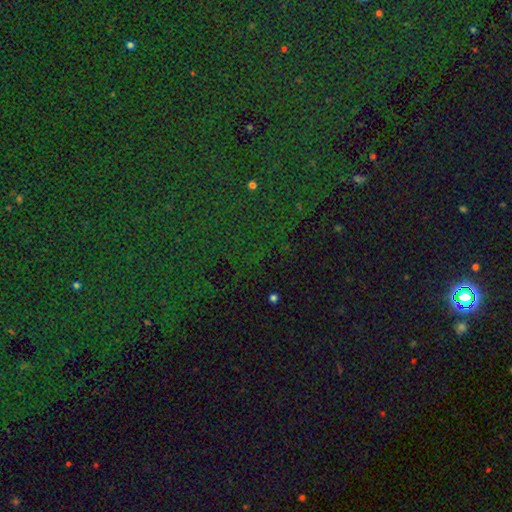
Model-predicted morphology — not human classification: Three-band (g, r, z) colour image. It shows a star or artifact, not a galaxy (83%).